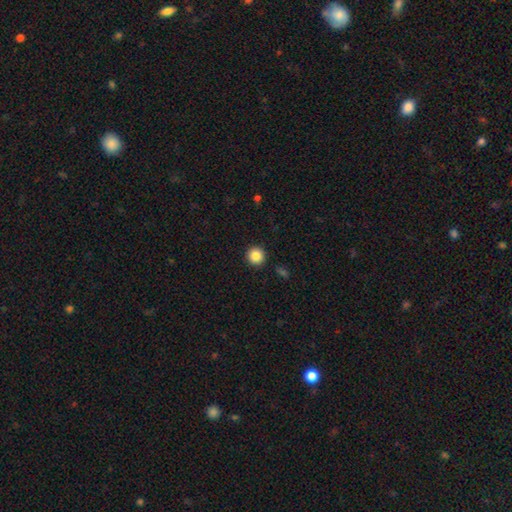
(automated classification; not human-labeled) A smooth galaxy with no disk features (86%) that is round (95%). Merging: none (93%).